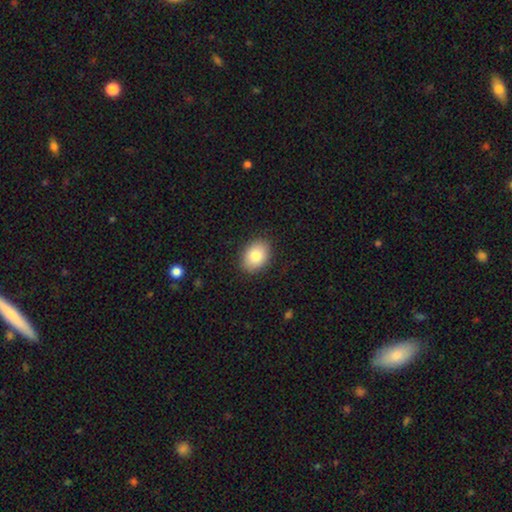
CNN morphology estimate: smooth 83%, featured or disk 10%, star or artifact 8%. Down the decision tree: how rounded — in between (73%); merging — none (88%).